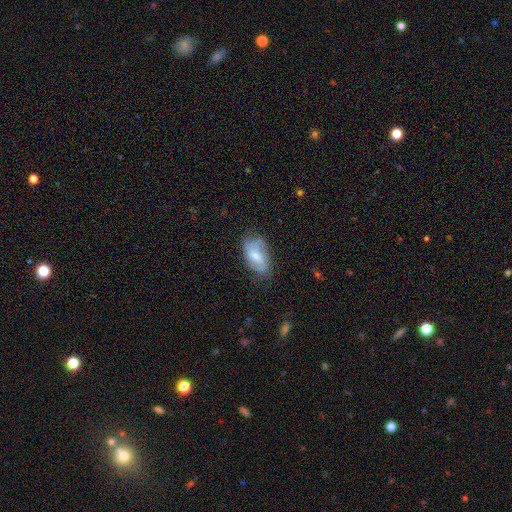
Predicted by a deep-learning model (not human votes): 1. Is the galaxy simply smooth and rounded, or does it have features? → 51% smooth, 42% featured or disk, 7% star or artifact.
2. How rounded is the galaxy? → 91% in between, 5% round, 4% cigar-shaped.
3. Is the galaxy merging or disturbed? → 61% none, 27% minor disturbance, 10% major disturbance, 2% merger.